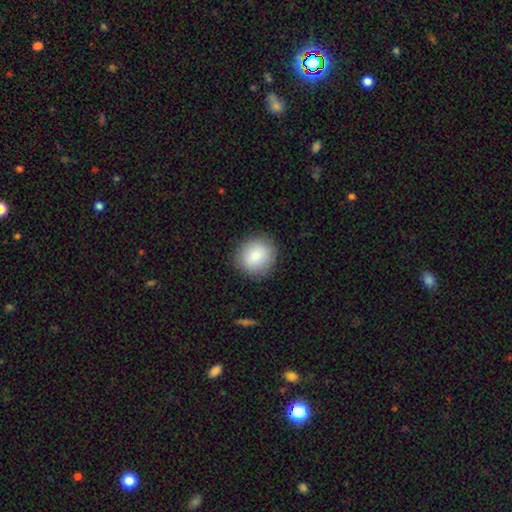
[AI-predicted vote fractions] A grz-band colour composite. It shows a smooth galaxy with no disk features (87%) that is round (84%). Merging: none (88%).